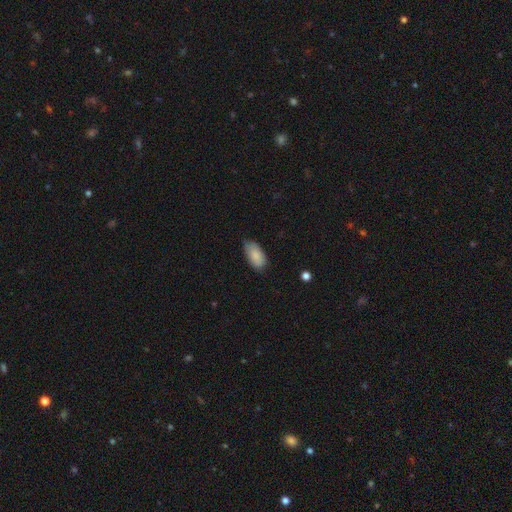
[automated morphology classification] Smooth or featured? Predicted: smooth (p=0.86). How rounded? Predicted: in between (p=0.94). Merging? Predicted: none (p=0.72).